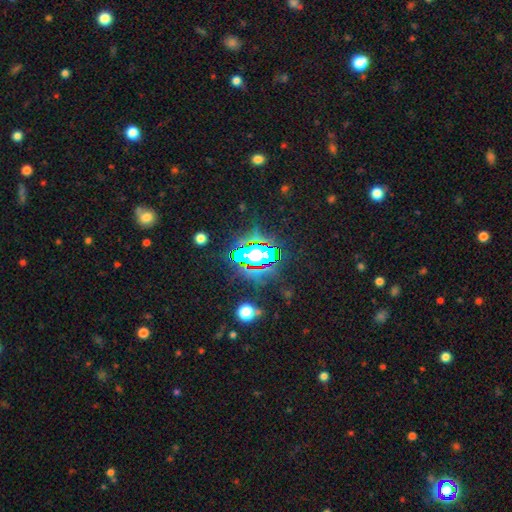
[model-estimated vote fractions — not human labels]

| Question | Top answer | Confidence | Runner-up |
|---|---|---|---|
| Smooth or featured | star or artifact | 81% | smooth (11%) |